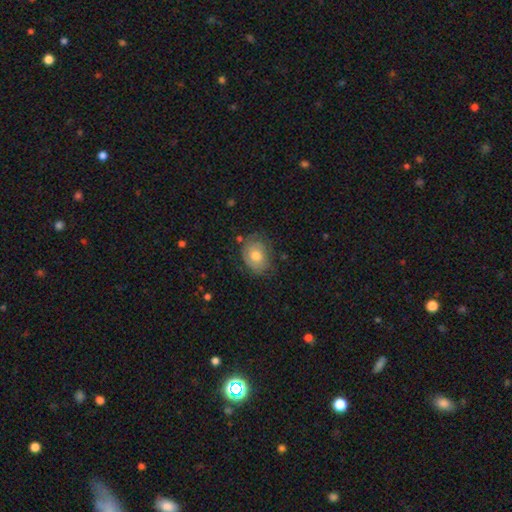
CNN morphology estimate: This is possibly a smooth galaxy (58%). How rounded: likely in between (61%). Merging: likely none (67%).